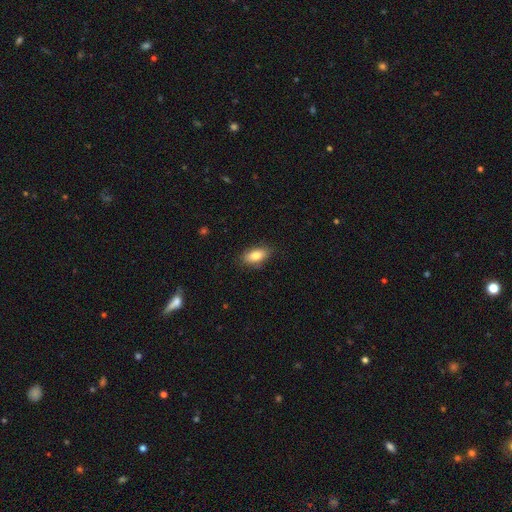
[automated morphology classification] A smooth galaxy with no disk features (82%) that is in between round and cigar-shaped (89%).

Vote fractions:
- Smooth or featured? smooth: 82% / featured or disk: 11% / star or artifact: 7%
- How rounded? in between: 89% / cigar-shaped: 6% / round: 5%
- Merging? none: 85% / minor disturbance: 12% / major disturbance: 3% / merger: 1%